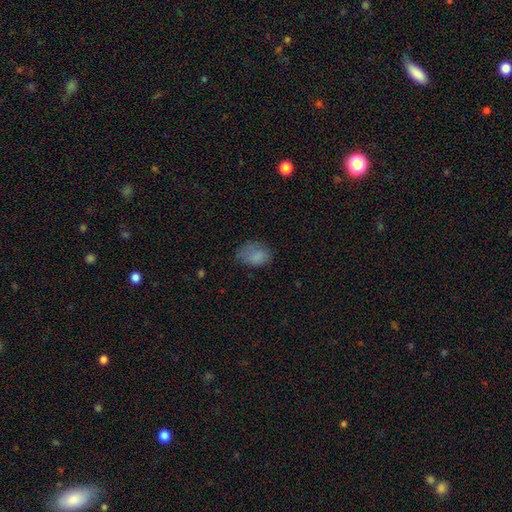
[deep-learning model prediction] smooth_or_featured: smooth (p=0.78) [alt: star or artifact p=0.11]
how_rounded: in between (p=0.75) [alt: round p=0.24]
merging: none (p=0.52) [alt: minor disturbance p=0.31]